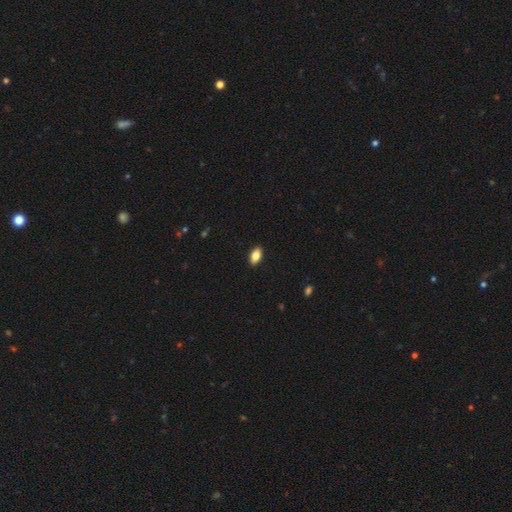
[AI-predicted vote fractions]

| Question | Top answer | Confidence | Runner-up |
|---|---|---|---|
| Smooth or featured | smooth | 83% | featured or disk (10%) |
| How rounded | in between | 91% | cigar-shaped (5%) |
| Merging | none | 90% | minor disturbance (7%) |